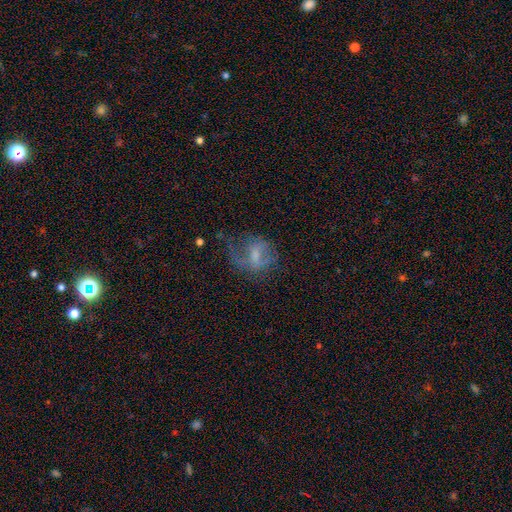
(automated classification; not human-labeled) Overall: featured or disk (49%; smooth 39%). Merging: none (40%; major disturbance 34%).